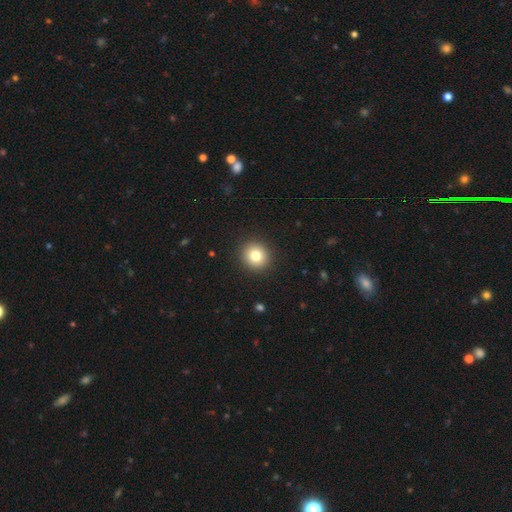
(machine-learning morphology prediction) Overall: smooth (80%). How rounded: round (90%). Merging: none (92%).